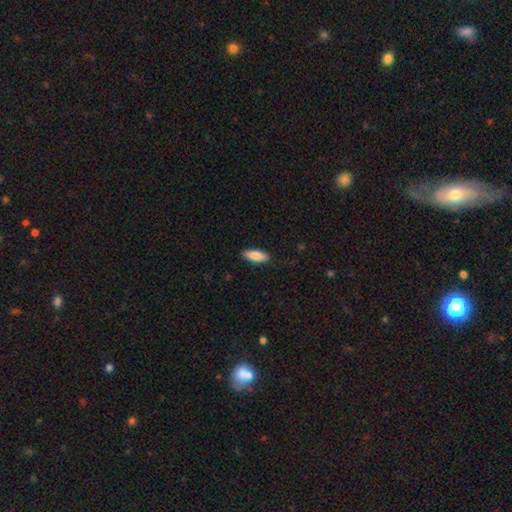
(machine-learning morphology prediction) A smooth galaxy with no disk features (86%) that is in between round and cigar-shaped (72%).

Vote fractions:
- Smooth or featured? smooth: 86% / featured or disk: 8% / star or artifact: 6%
- How rounded? in between: 72% / cigar-shaped: 27% / round: 2%
- Merging? none: 87% / minor disturbance: 10% / major disturbance: 2% / merger: 1%